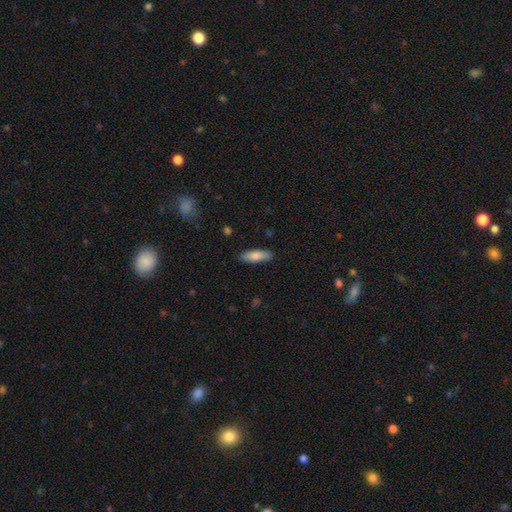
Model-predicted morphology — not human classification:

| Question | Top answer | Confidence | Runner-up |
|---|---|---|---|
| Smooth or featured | smooth | 82% | featured or disk (12%) |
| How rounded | in between | 56% | cigar-shaped (42%) |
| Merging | none | 88% | minor disturbance (9%) |